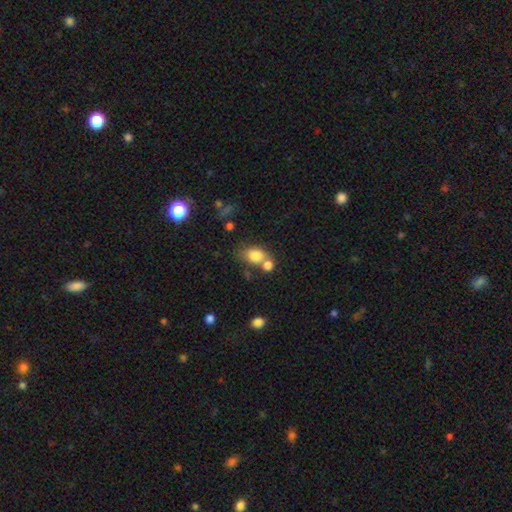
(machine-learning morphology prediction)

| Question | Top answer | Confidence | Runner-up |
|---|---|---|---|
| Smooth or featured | smooth | 81% | star or artifact (10%) |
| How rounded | in between | 63% | round (35%) |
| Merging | none | 41% | merger (40%) |